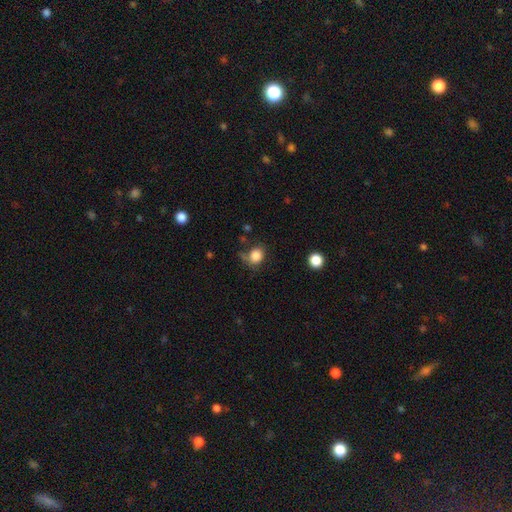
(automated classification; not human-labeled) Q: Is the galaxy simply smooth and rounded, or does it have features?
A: smooth — 84%.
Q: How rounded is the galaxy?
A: round — 65%.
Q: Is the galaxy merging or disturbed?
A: none — 61%.